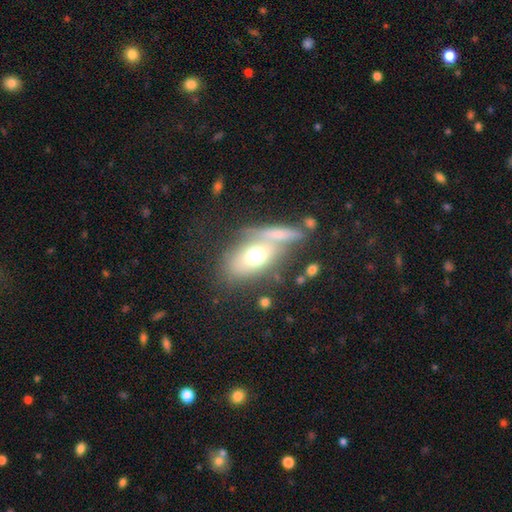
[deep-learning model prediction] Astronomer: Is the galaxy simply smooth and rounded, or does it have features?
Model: smooth — 61%.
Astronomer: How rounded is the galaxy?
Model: in between — 74%.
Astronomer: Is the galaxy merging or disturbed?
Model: none — 44% (runner-up: merger, 30%).